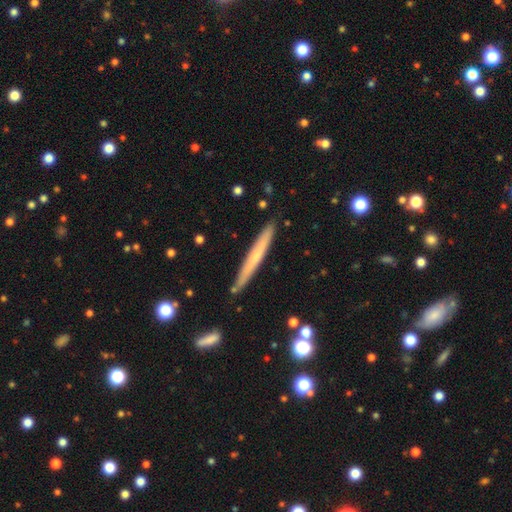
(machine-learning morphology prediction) This is possibly a smooth galaxy (53%). How rounded: clearly cigar-shaped (96%). Merging: clearly none (87%).